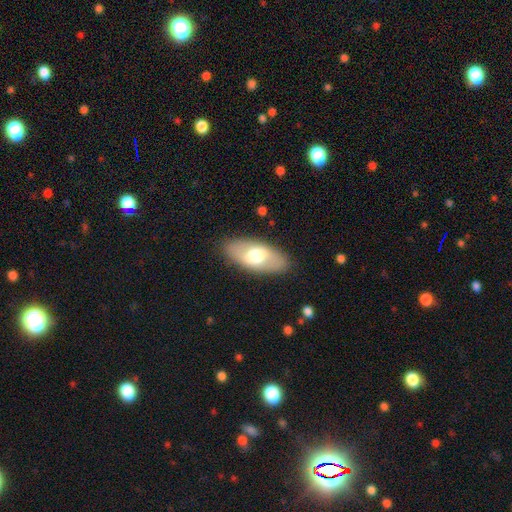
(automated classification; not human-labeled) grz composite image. It shows a smooth galaxy with no disk features (58%) that is in between round and cigar-shaped (89%). Merging: none (86%).